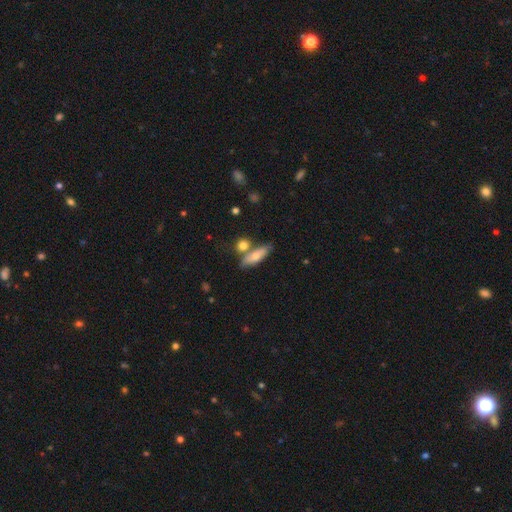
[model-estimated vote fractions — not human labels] This appears to be a smooth galaxy with no disk features (65%) that is in between round and cigar-shaped (51%). Merging: none (59%).